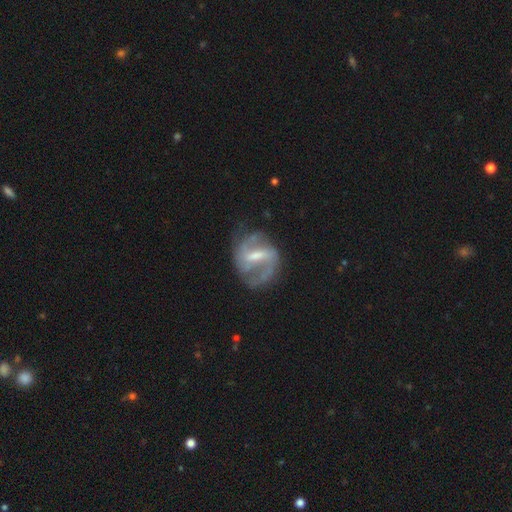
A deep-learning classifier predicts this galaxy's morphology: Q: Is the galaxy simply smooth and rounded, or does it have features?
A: featured or disk — 82%.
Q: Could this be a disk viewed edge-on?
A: no — 97%.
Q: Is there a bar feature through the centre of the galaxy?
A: weak — 46%.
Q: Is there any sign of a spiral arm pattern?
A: yes — 90%.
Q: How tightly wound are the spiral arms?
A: medium — 49%.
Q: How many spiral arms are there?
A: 2 — 72%.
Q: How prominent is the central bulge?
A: moderate — 45%.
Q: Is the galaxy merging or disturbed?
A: none — 61%.